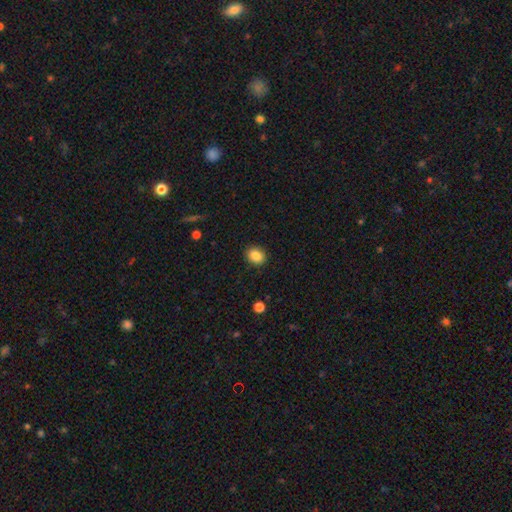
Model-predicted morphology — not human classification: type=smooth (86%); roundness=in between (52%); merging=none (90%).